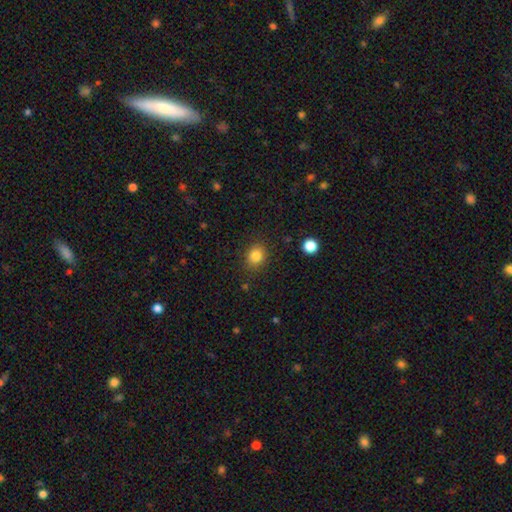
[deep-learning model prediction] smooth-or-featured: smooth: 83% | star or artifact: 11% | featured or disk: 6%
  how-rounded: round: 73% | in between: 26% | cigar-shaped: 1%
  merging: none: 86% | minor disturbance: 9% | major disturbance: 3% | merger: 2%